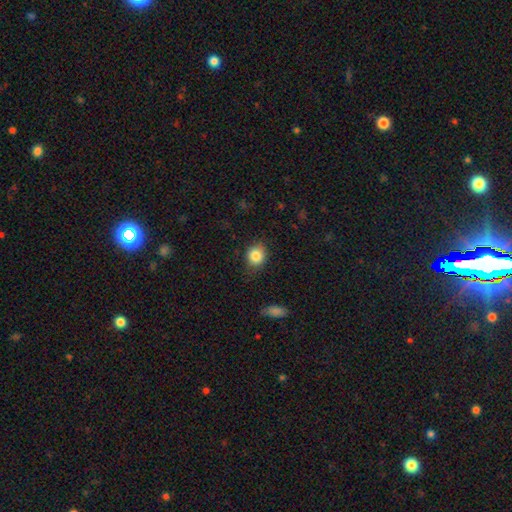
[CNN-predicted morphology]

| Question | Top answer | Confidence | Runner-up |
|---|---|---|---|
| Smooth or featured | smooth | 85% | star or artifact (9%) |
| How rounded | round | 66% | in between (33%) |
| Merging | none | 80% | minor disturbance (16%) |